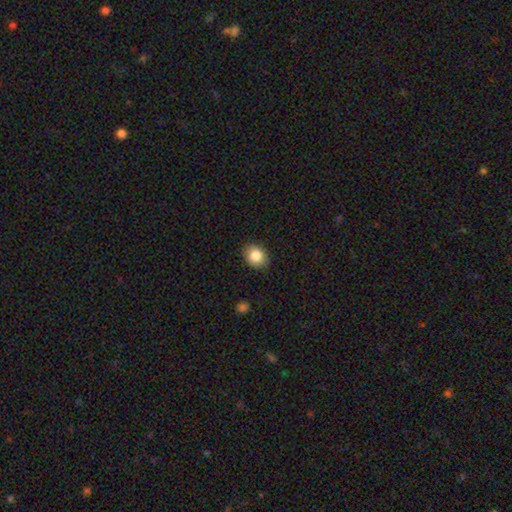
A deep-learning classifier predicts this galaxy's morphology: Smooth or featured?
  - smooth: 86% *
  - star or artifact: 9%
  - featured or disk: 5%
How rounded?
  - round: 57% *
  - in between: 42%
  - cigar-shaped: 1%
Merging?
  - none: 87% *
  - minor disturbance: 10%
  - major disturbance: 2%
  - merger: 1%